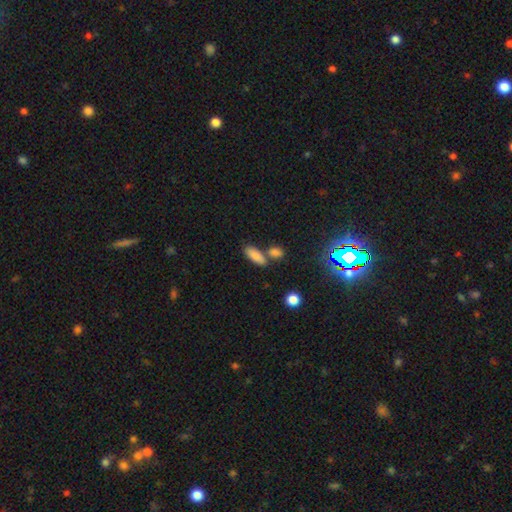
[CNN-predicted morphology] Smooth or featured? smooth (84%)
How rounded? in between (74%)
Merging? none (55%)